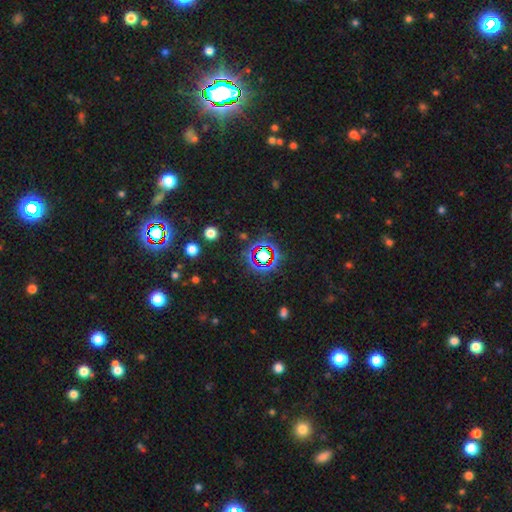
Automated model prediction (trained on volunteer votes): Smooth or featured? Predicted: star or artifact (p=0.72).